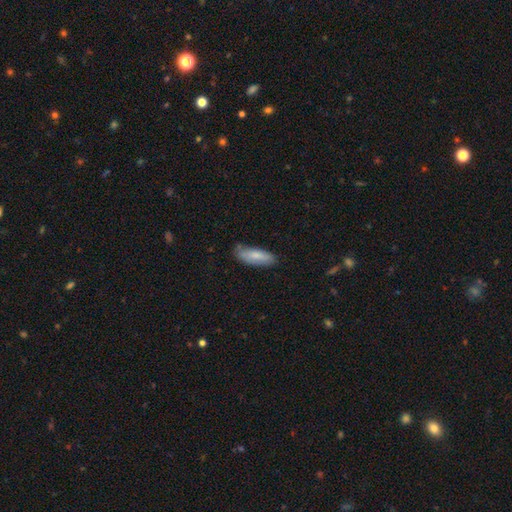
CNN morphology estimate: A smooth galaxy with no disk features (79%) that is in between round and cigar-shaped (61%).

Vote fractions:
- Smooth or featured? smooth: 79% / featured or disk: 15% / star or artifact: 6%
- How rounded? in between: 61% / cigar-shaped: 37% / round: 2%
- Merging? none: 70% / minor disturbance: 24% / major disturbance: 4% / merger: 2%